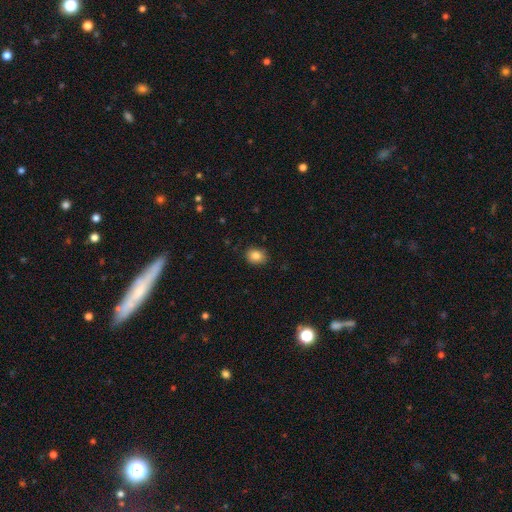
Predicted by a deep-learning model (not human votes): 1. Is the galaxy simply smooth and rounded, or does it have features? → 85% smooth, 10% star or artifact, 6% featured or disk.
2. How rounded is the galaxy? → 55% round, 44% in between, 1% cigar-shaped.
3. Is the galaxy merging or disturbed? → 85% none, 11% minor disturbance, 2% major disturbance, 1% merger.